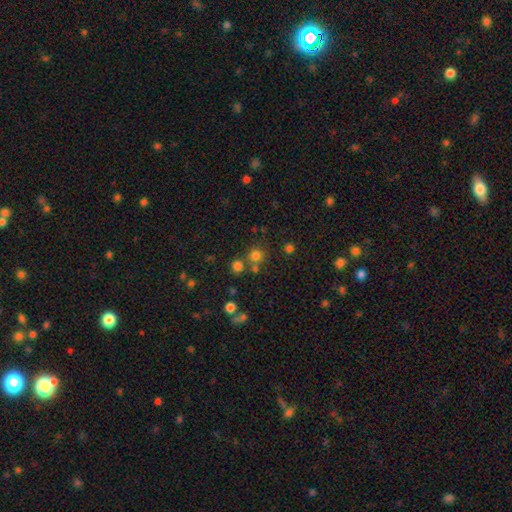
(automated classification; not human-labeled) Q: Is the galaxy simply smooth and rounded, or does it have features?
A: smooth — 74%.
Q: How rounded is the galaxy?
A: round — 90%.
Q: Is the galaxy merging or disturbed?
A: none — 70%.